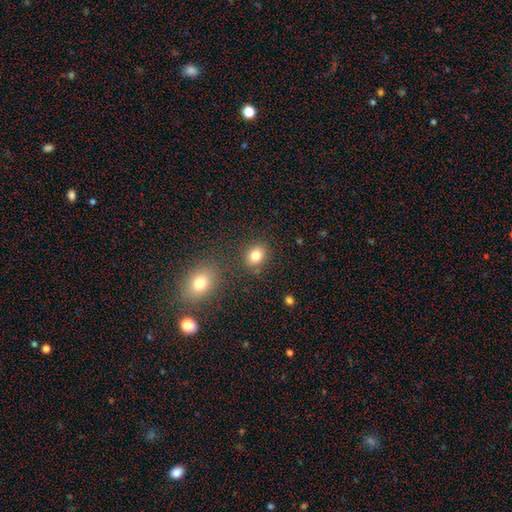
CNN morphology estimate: Overall: smooth (82%). How rounded: round (56%; in between 43%). Merging: none (82%).